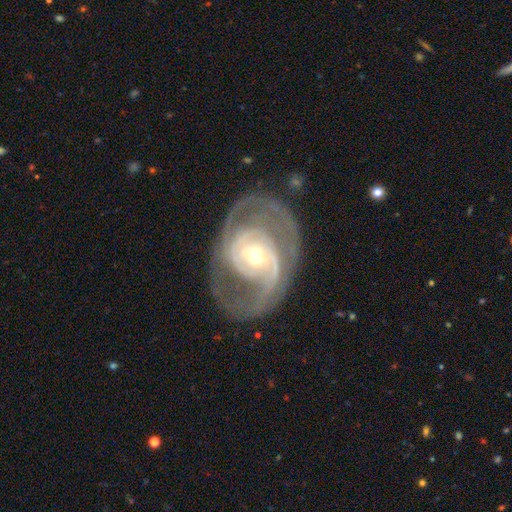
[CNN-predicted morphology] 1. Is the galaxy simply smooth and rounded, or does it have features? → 88% featured or disk, 8% smooth, 5% star or artifact.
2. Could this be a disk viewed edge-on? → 96% no, 4% yes.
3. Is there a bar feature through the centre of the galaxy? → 57% no, 30% weak, 14% strong.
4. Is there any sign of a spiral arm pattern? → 92% yes, 8% no.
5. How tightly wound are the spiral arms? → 48% tight, 39% medium, 13% loose.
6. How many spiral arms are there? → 59% 2, 18% can't tell, 11% 3, 5% 1, 3% 4, 3% more than 4.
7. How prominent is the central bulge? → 47% small (tied), 47% moderate (tied), 4% large, 1% dominant, 1% none.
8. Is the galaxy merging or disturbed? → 68% none, 16% minor disturbance, 14% major disturbance, 2% merger.